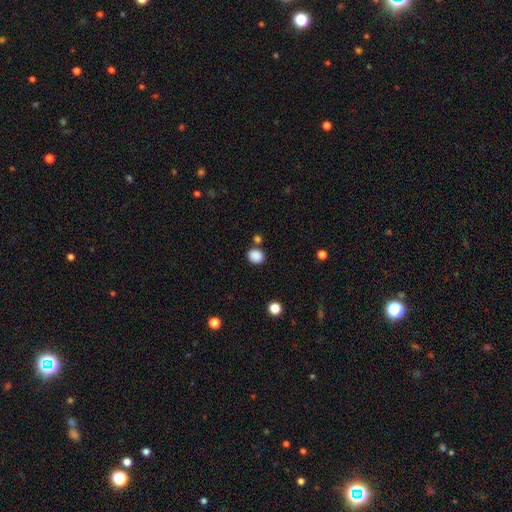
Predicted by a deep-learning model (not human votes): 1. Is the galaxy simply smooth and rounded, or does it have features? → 87% smooth, 10% star or artifact, 3% featured or disk.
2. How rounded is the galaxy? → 63% round, 36% in between, 1% cigar-shaped.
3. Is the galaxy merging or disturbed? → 79% none, 10% minor disturbance, 8% merger, 3% major disturbance.